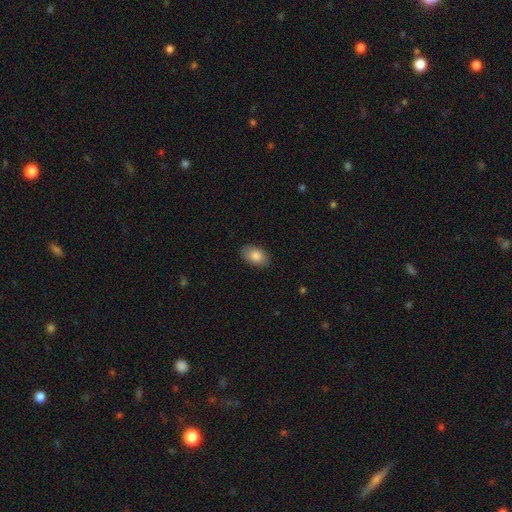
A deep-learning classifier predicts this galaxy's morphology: Smooth or featured? Predicted: smooth (p=0.85). How rounded? Predicted: in between (p=0.92). Merging? Predicted: none (p=0.87).